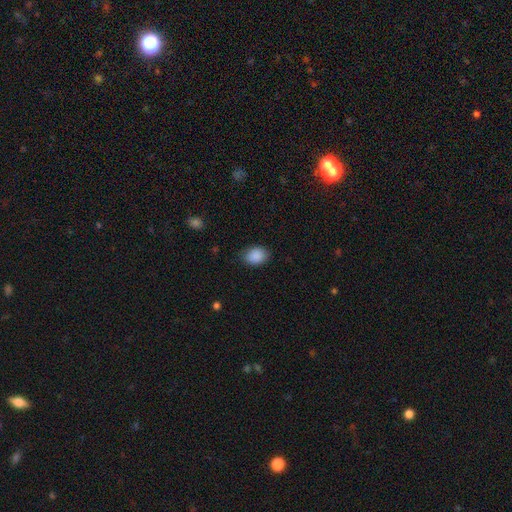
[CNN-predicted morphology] Q: Smooth or featured?
A: smooth (89%); runner-up: star or artifact (8%)
Q: How rounded?
A: in between (72%); runner-up: round (27%)
Q: Merging?
A: none (81%); runner-up: minor disturbance (14%)